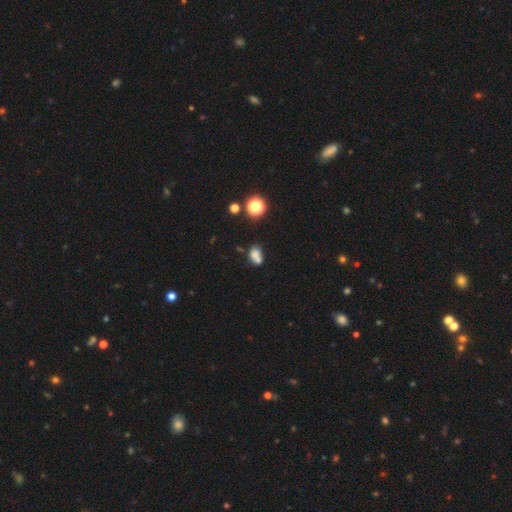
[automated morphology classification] smooth_or_featured: smooth (p=0.72) [alt: star or artifact p=0.15]
how_rounded: in between (p=0.65) [alt: round p=0.33]
merging: merger (p=0.40) [alt: none p=0.36]